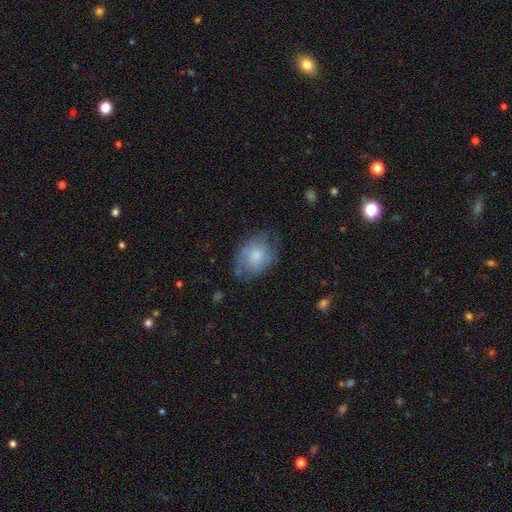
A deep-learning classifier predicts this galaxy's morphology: Smooth or featured: smooth — 50% (featured or disk — 43%)
Merging: none — 56% (minor disturbance — 28%)